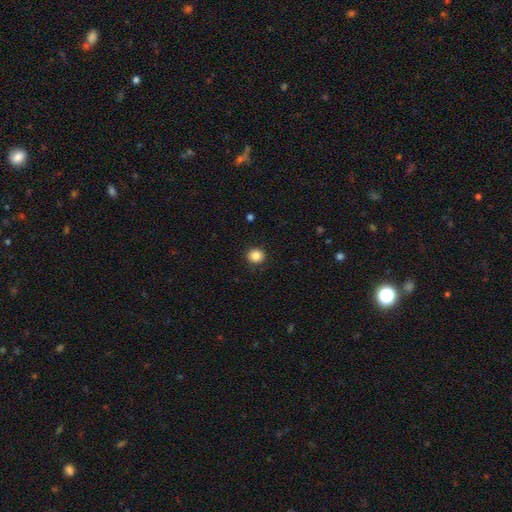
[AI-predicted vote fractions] Smooth or featured?
  - smooth: 85% *
  - star or artifact: 10%
  - featured or disk: 5%
How rounded?
  - round: 86% *
  - in between: 13%
  - cigar-shaped: 1%
Merging?
  - none: 90% *
  - minor disturbance: 7%
  - major disturbance: 2%
  - merger: 1%